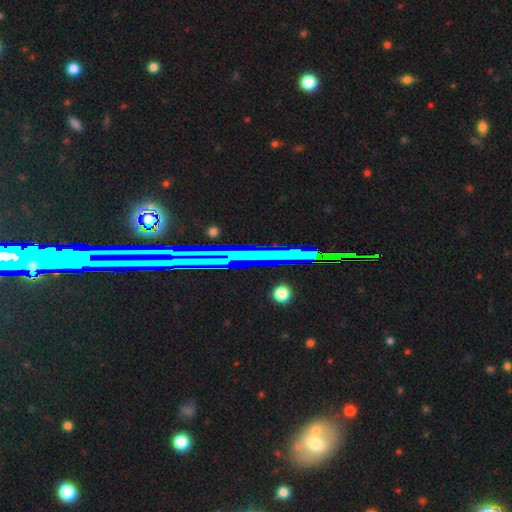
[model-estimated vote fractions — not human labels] star or artifact 43%, featured or disk 40%, smooth 17%.